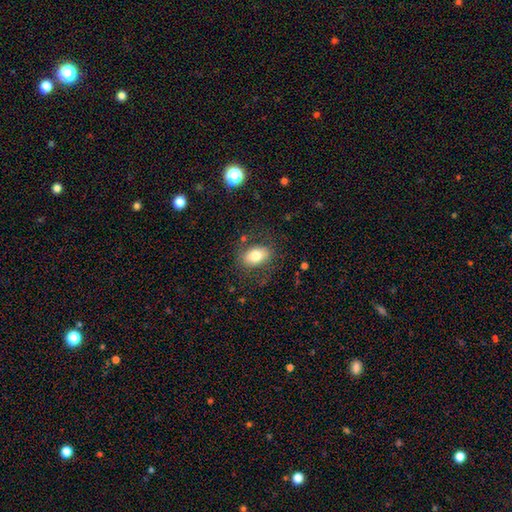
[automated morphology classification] smooth 73%, featured or disk 19%, star or artifact 8%. Down the decision tree: how rounded — in between (85%); merging — none (74%).